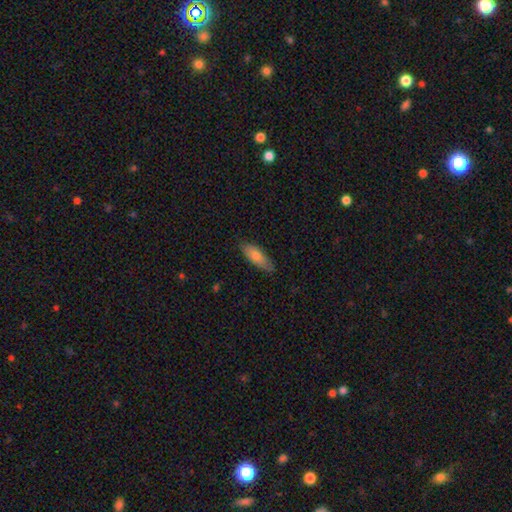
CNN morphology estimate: A smooth galaxy with no disk features (73%) that is in between round and cigar-shaped (62%). Merging: none (81%).